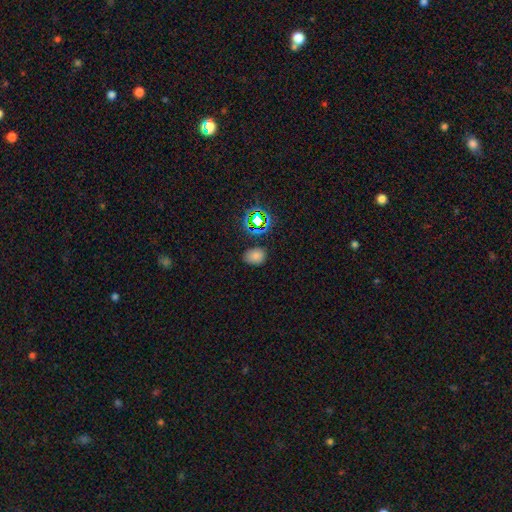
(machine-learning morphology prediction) Q: Smooth or featured?
A: smooth (72%); runner-up: star or artifact (22%)
Q: How rounded?
A: in between (63%); runner-up: round (36%)
Q: Merging?
A: none (80%); runner-up: minor disturbance (14%)